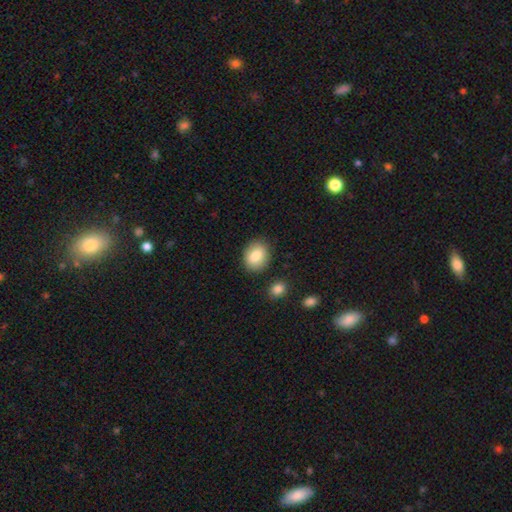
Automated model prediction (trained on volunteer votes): smooth_or_featured: smooth (p=0.84) [alt: featured or disk p=0.08]
how_rounded: in between (p=0.56) [alt: round p=0.43]
merging: none (p=0.85) [alt: minor disturbance p=0.10]